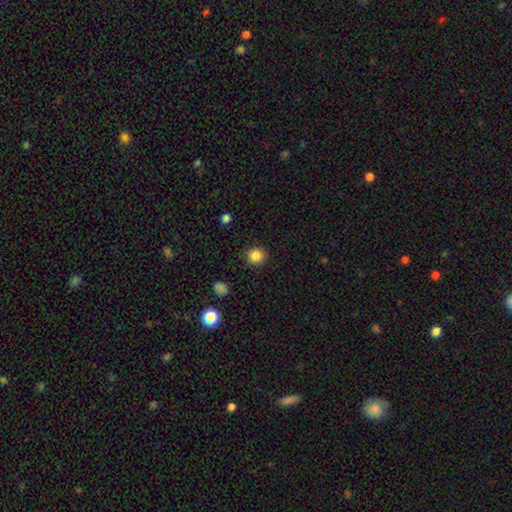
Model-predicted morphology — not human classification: Q: Smooth or featured?
A: smooth (86%); runner-up: star or artifact (11%)
Q: How rounded?
A: round (92%); runner-up: in between (7%)
Q: Merging?
A: none (91%); runner-up: minor disturbance (6%)